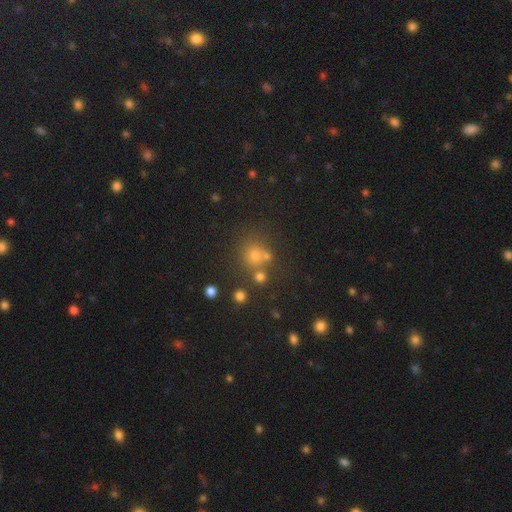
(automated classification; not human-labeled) Q: Smooth or featured?
A: smooth (61%); runner-up: star or artifact (28%)
Q: How rounded?
A: round (86%); runner-up: in between (13%)
Q: Merging?
A: none (60%); runner-up: merger (26%)